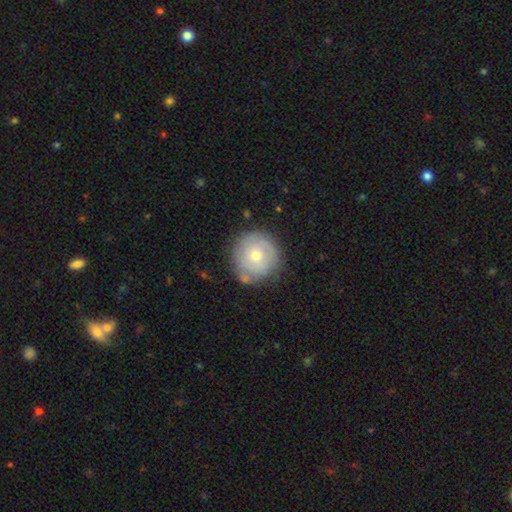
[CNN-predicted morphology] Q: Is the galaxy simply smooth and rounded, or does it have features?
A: smooth — 48%.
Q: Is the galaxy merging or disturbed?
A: none — 74%.